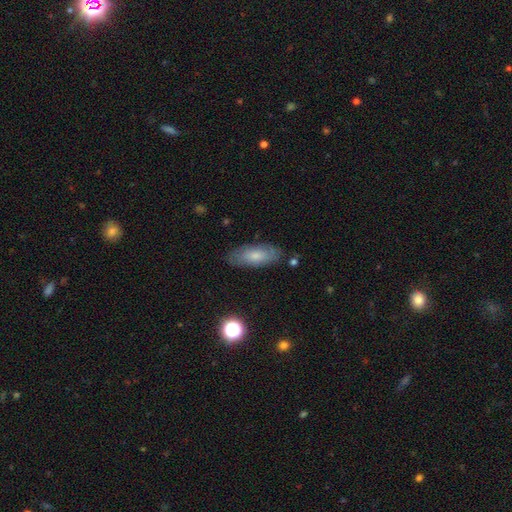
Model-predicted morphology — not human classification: smooth_or_featured: smooth (p=0.65) [alt: featured or disk p=0.27]
how_rounded: in between (p=0.81) [alt: cigar-shaped p=0.16]
merging: none (p=0.79) [alt: minor disturbance p=0.16]